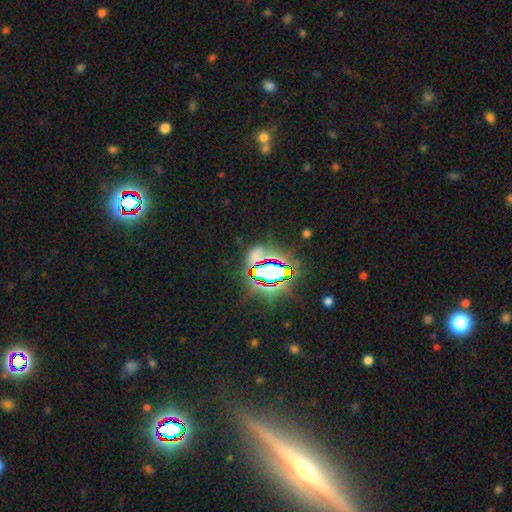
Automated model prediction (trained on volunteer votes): star or artifact 66%, smooth 23%, featured or disk 11%.